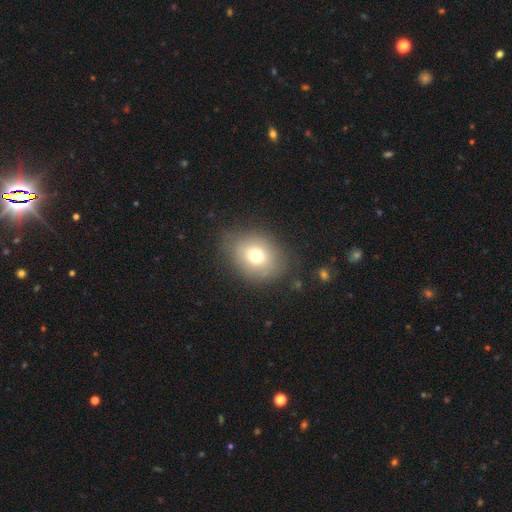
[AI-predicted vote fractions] This appears to be a smooth galaxy with no disk features (72%) that is round (52%). Merging: none (78%).